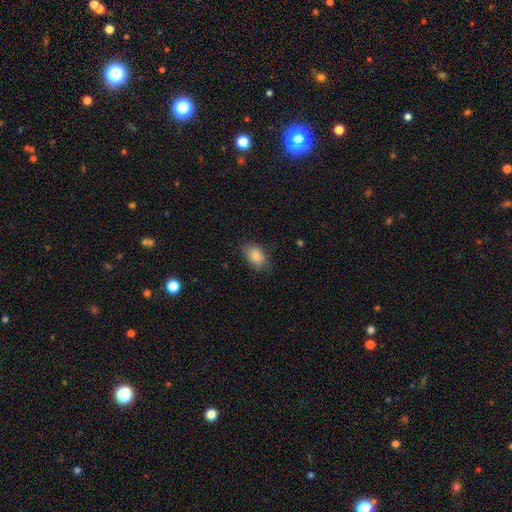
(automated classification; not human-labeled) A smooth galaxy with no disk features (84%) that is in between round and cigar-shaped (87%).

Vote fractions:
- Smooth or featured? smooth: 84% / featured or disk: 8% / star or artifact: 8%
- How rounded? in between: 87% / round: 11% / cigar-shaped: 2%
- Merging? none: 76% / minor disturbance: 18% / major disturbance: 4% / merger: 1%